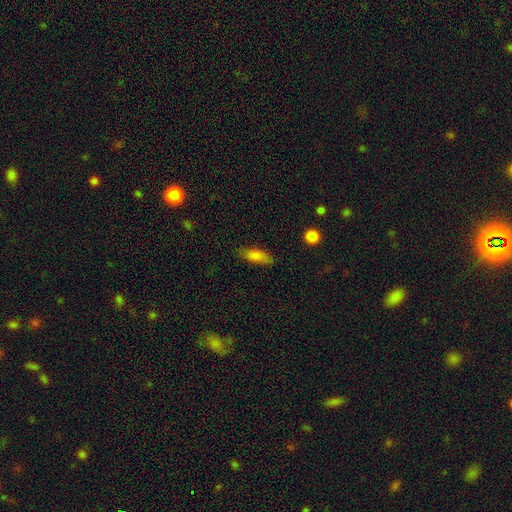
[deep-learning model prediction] smooth_or_featured: smooth (p=0.81) [alt: featured or disk p=0.11]
how_rounded: in between (p=0.66) [alt: cigar-shaped p=0.32]
merging: none (p=0.79) [alt: minor disturbance p=0.16]